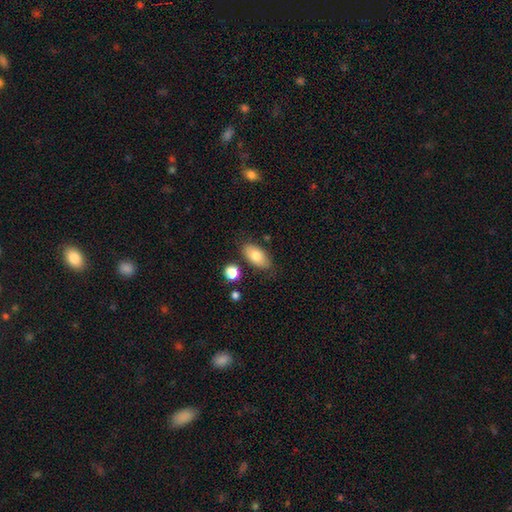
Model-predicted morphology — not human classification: This is likely a smooth galaxy (78%). How rounded: clearly in between (92%). Merging: likely none (79%).